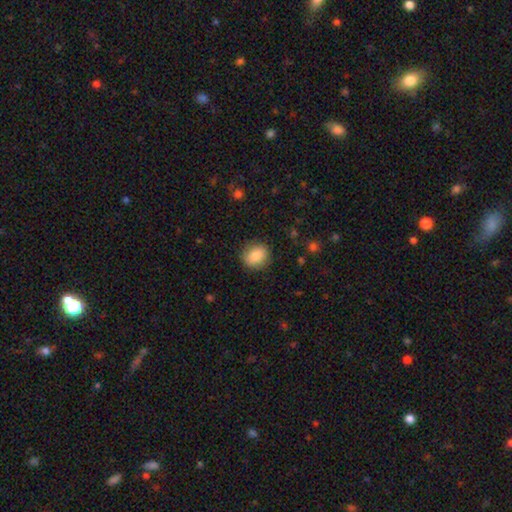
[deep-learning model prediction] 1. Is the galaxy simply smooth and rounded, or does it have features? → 84% smooth, 9% featured or disk, 8% star or artifact.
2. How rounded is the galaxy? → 71% round, 28% in between, 1% cigar-shaped.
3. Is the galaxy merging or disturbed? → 86% none, 10% minor disturbance, 3% major disturbance, 1% merger.